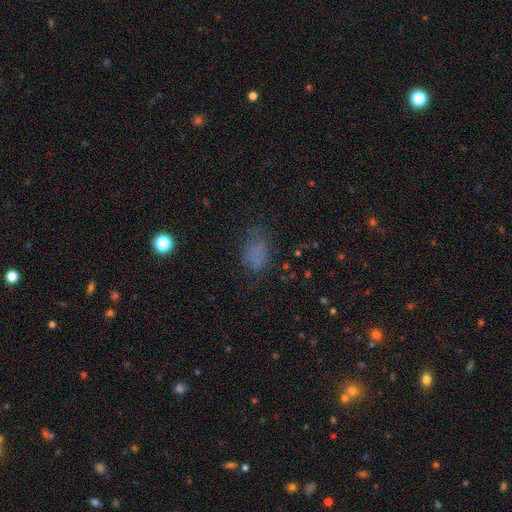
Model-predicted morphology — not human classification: Smooth or featured? Predicted: smooth (p=0.65). How rounded? Predicted: in between (p=0.78). Merging? Predicted: none (p=0.56).